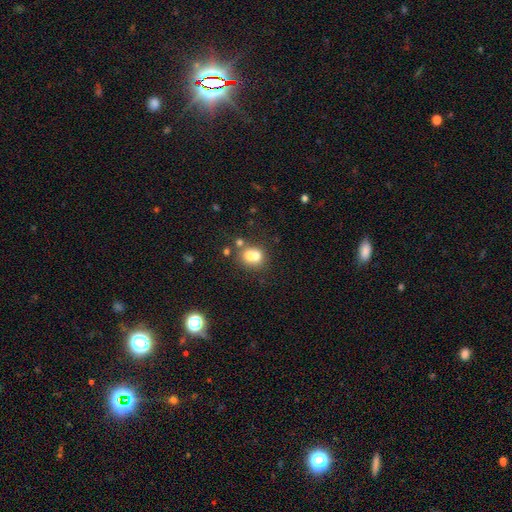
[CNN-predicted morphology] smooth-or-featured: smooth: 66% | featured or disk: 21% | star or artifact: 12%
  how-rounded: round: 72% | in between: 27% | cigar-shaped: 1%
  merging: merger: 56% | none: 32% | minor disturbance: 7% | major disturbance: 4%